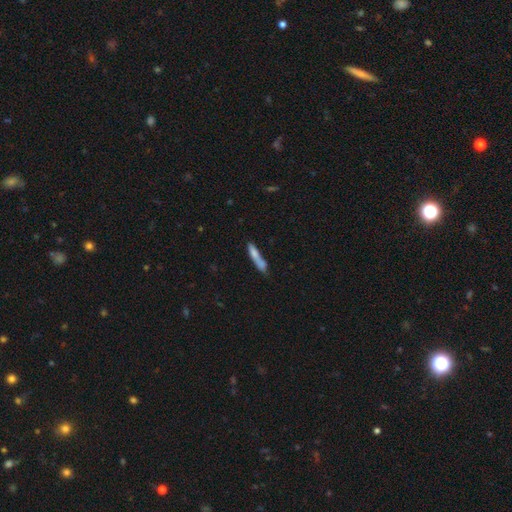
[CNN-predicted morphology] Overall: smooth (73%). How rounded: cigar-shaped (85%). Merging: none (50%; merger 21%).